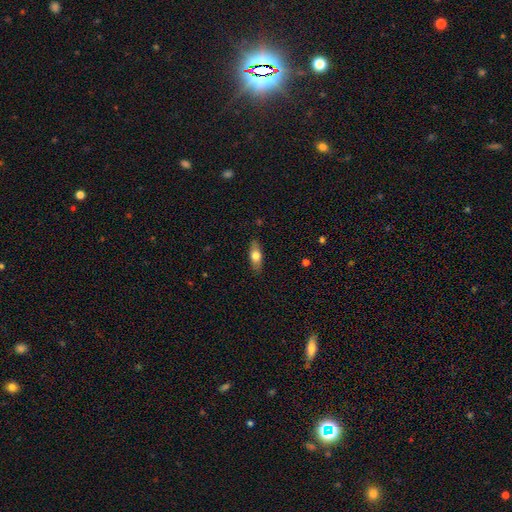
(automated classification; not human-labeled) Smooth or featured? smooth (68%)
How rounded? in between (72%)
Merging? none (86%)